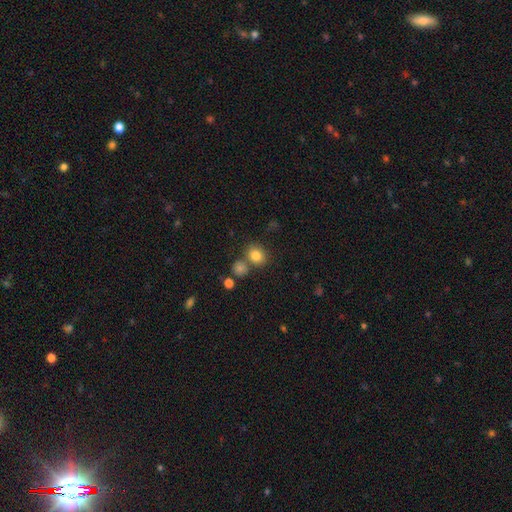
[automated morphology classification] smooth-or-featured: smooth: 81% | star or artifact: 12% | featured or disk: 7%
  how-rounded: round: 70% | in between: 29% | cigar-shaped: 1%
  merging: none: 66% | merger: 20% | minor disturbance: 10% | major disturbance: 4%